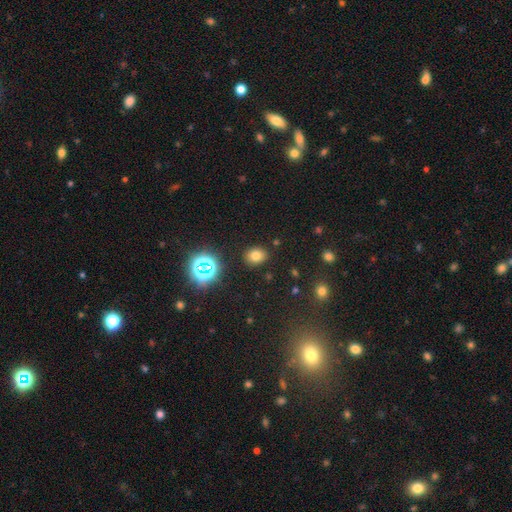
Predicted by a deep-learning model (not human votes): This is likely a smooth galaxy (73%). How rounded: possibly in between (50%). Merging: clearly none (87%).